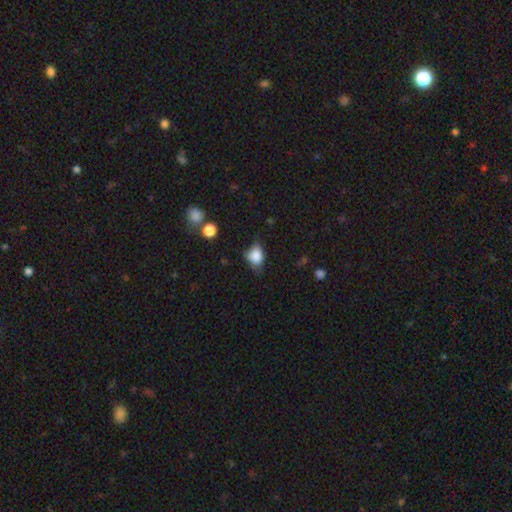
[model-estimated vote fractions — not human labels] Smooth or featured? smooth (78%)
How rounded? in between (64%)
Merging? none (45%)